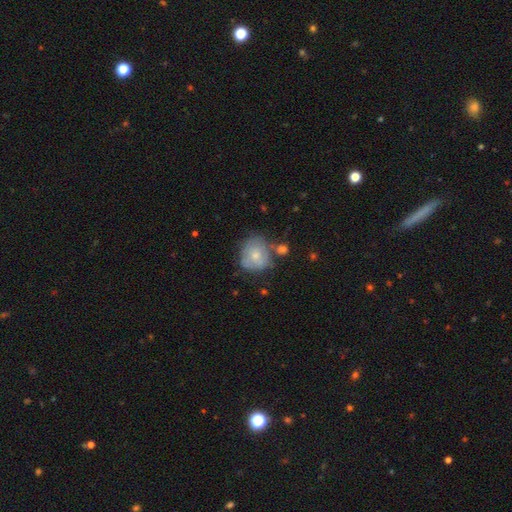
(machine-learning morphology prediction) Overall: smooth (62%; featured or disk 31%). How rounded: round (73%). Merging: none (50%; minor disturbance 27%).